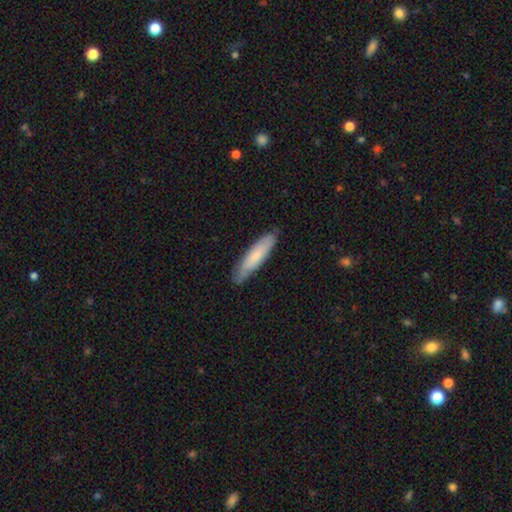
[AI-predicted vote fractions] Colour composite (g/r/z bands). It shows a smooth galaxy with no disk features (66%) that is cigar-shaped (76%). Merging: none (81%).